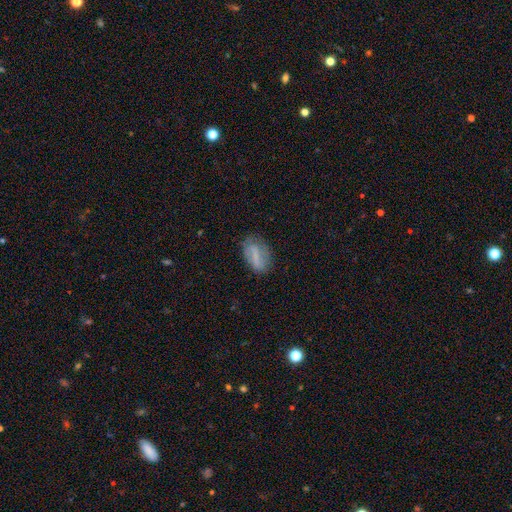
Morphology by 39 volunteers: smooth-or-featured: smooth: 64% | featured or disk: 23% | star or artifact: 13%
  how-rounded: in between: 92% | round: 4% | cigar-shaped: 4%
  merging: none: 56% | minor disturbance: 29% | major disturbance: 15% | merger: 0%